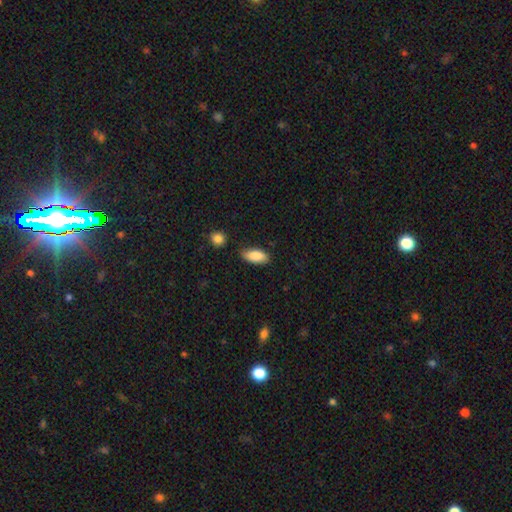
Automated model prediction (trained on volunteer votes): A smooth galaxy with no disk features (88%) that is in between round and cigar-shaped (89%).

Vote fractions:
- Smooth or featured? smooth: 88% / star or artifact: 6% / featured or disk: 6%
- How rounded? in between: 89% / cigar-shaped: 9% / round: 2%
- Merging? none: 79% / minor disturbance: 16% / major disturbance: 3% / merger: 3%